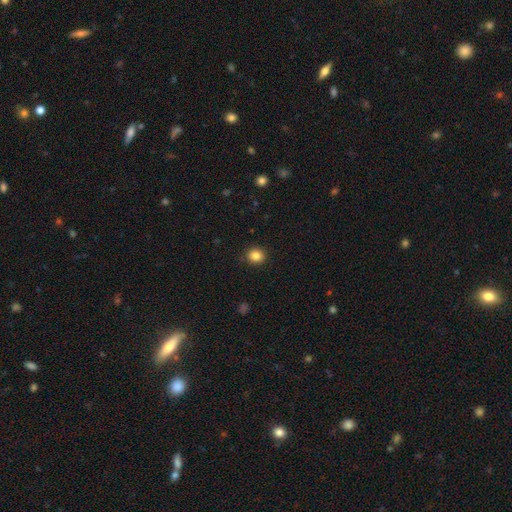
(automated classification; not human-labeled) A smooth galaxy with no disk features (85%) that is round (84%). Merging: none (90%).